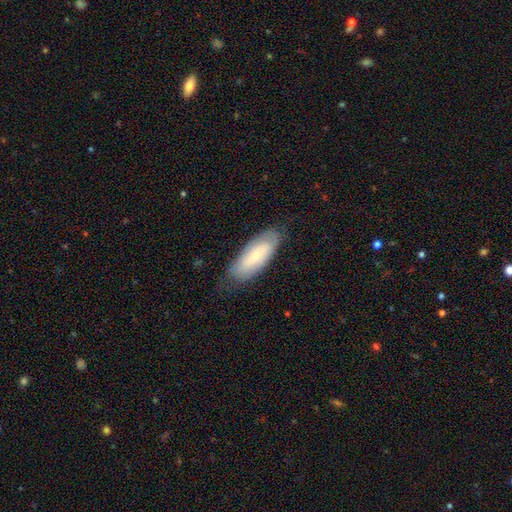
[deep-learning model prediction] Q: Smooth or featured?
A: smooth (56%); runner-up: featured or disk (37%)
Q: How rounded?
A: in between (75%); runner-up: cigar-shaped (23%)
Q: Merging?
A: none (73%); runner-up: minor disturbance (21%)